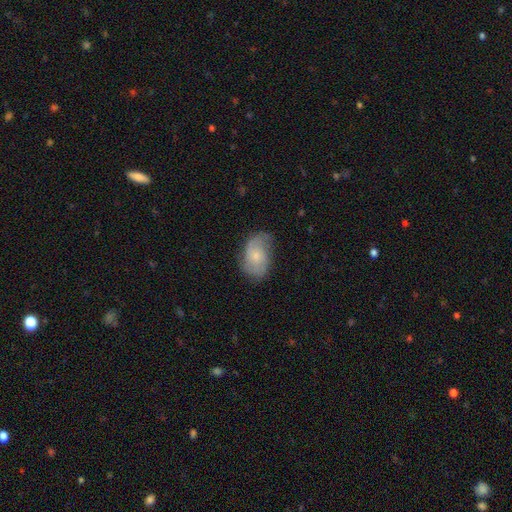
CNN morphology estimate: The model was most divided on "spiral winding": medium: 44%, tight: 29%, loose: 27%. More confident: edge-on disk — no (97%); spiral arms — yes (89%); bar — no (71%); spiral arm count — 2 (65%); merging — none (65%); bulge size — small (62%); smooth or featured — featured or disk (58%).